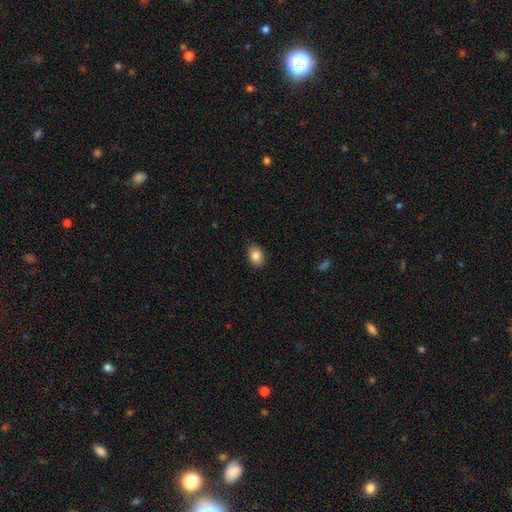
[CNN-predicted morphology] Overall: smooth (85%). How rounded: in between (75%). Merging: none (86%).